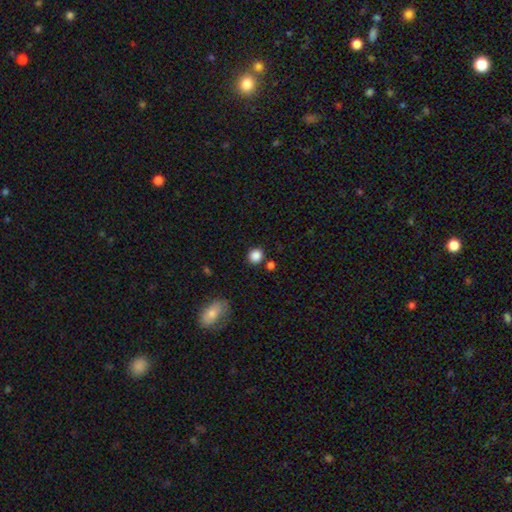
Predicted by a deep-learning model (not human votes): Morphology: type=smooth (86%); roundness=round (86%); merging=none (82%).